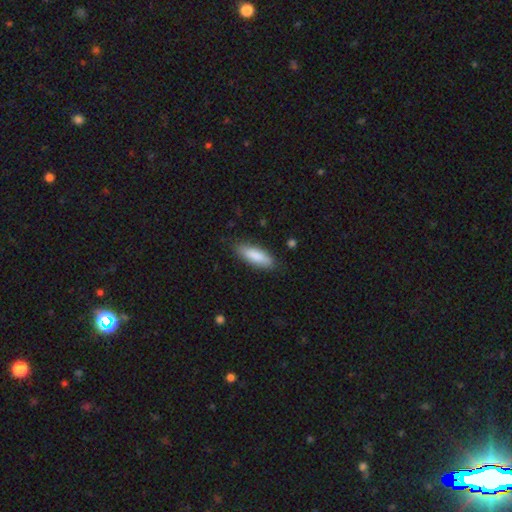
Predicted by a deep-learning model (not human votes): Q: Smooth or featured?
A: smooth (86%); runner-up: featured or disk (8%)
Q: How rounded?
A: in between (60%); runner-up: cigar-shaped (38%)
Q: Merging?
A: none (83%); runner-up: minor disturbance (13%)